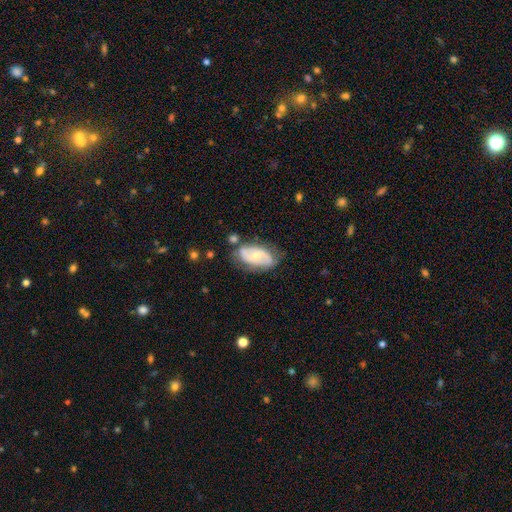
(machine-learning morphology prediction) Smooth or featured? Predicted: featured or disk (p=0.66). Edge-on disk? Predicted: no (p=0.94). Bar? Predicted: no (p=0.65). Spiral arms? Predicted: yes (p=0.78). Bulge size? Predicted: moderate (p=0.48, tied with small). Merging? Predicted: none (p=0.63).